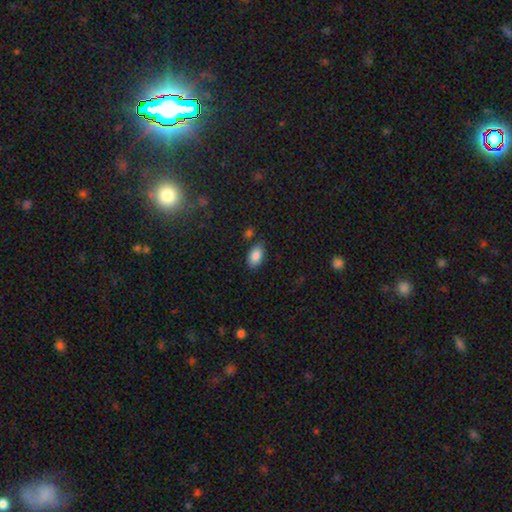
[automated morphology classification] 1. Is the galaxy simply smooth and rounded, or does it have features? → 87% smooth, 8% star or artifact, 6% featured or disk.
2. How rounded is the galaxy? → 93% in between, 5% round, 2% cigar-shaped.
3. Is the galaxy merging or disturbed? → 81% none, 13% minor disturbance, 4% merger, 3% major disturbance.